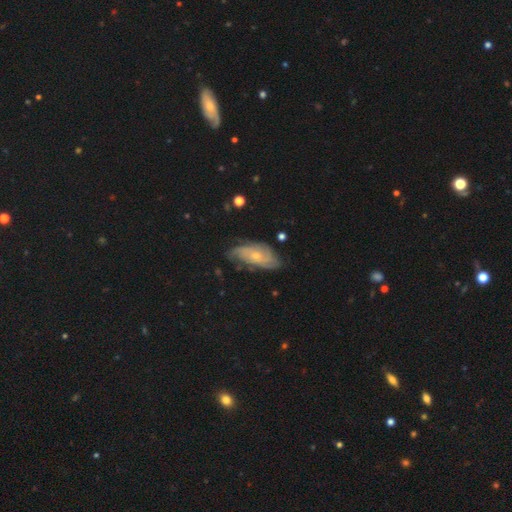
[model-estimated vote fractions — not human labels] A featured or disk galaxy (73%) with no bar (78%), tight (51%) spiral arms (90%) and a small central bulge (64%). Merging: none (65%).